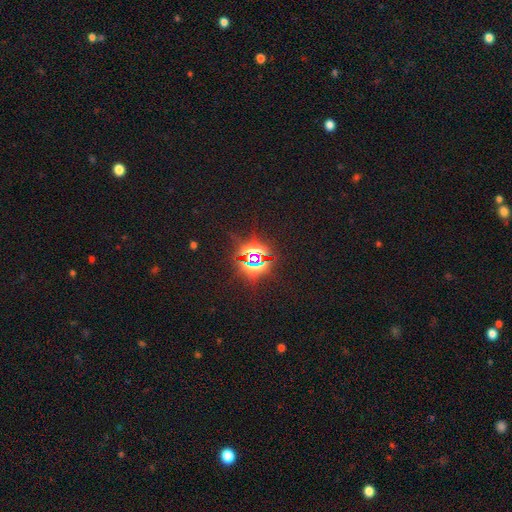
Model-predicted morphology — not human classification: A star or artifact, not a galaxy (80%).

Vote fractions:
- Smooth or featured? star or artifact: 80% / smooth: 12% / featured or disk: 8%